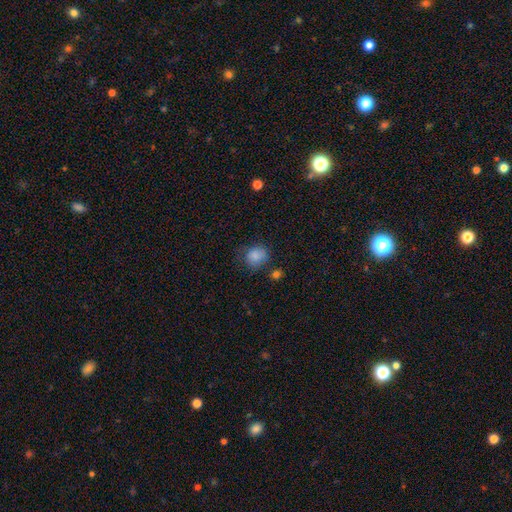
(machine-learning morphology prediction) smooth_or_featured: smooth (p=0.84) [alt: star or artifact p=0.10]
how_rounded: round (p=0.71) [alt: in between p=0.28]
merging: none (p=0.63) [alt: minor disturbance p=0.25]